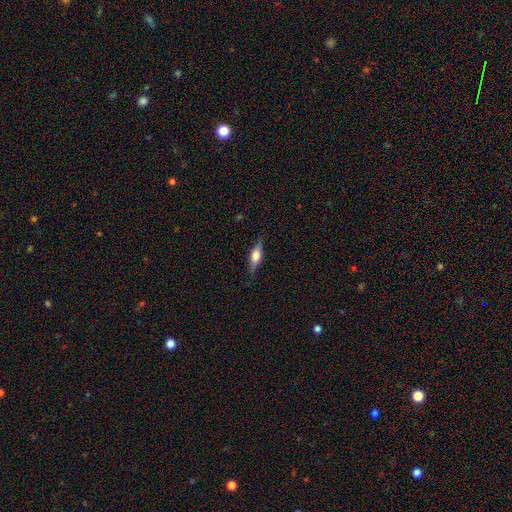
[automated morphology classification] A featured or disk galaxy (55%) viewed edge-on (95%) with a rounded central bulge (87%).

Vote fractions:
- Smooth or featured? featured or disk: 55% / smooth: 38% / star or artifact: 7%
- Edge-on disk? yes: 95% / no: 5%
- Edge-on bulge? rounded: 87% / boxy: 11% / none: 2%
- Merging? none: 84% / minor disturbance: 12% / major disturbance: 3% / merger: 1%